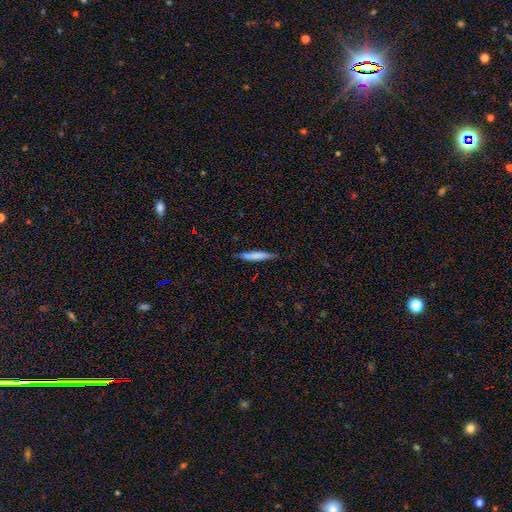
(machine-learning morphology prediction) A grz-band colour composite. It shows a smooth galaxy with no disk features (70%) that is cigar-shaped (93%). Merging: none (84%).